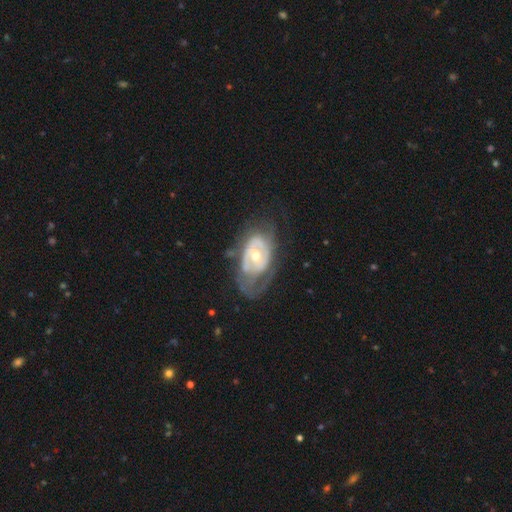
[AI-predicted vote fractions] featured or disk 77%, smooth 17%, star or artifact 6%. Down the decision tree: edge-on disk — no (94%); bar — no (67%); spiral arms — yes (66%); bulge size — moderate (60%); merging — none (45%).